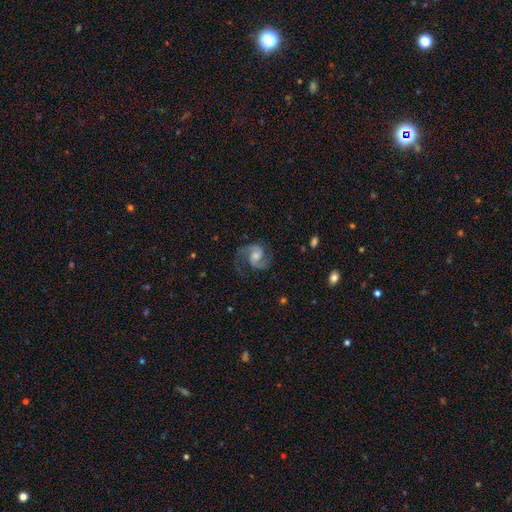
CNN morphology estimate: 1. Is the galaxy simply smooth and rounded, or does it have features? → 89% featured or disk, 6% smooth, 5% star or artifact.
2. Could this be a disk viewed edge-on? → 98% no, 2% yes.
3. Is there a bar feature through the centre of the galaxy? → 46% no, 44% weak, 10% strong.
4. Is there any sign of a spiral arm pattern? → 98% yes, 2% no.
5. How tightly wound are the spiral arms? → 61% medium, 23% loose, 16% tight.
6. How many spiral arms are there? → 93% 2, 2% can't tell, 2% 1, 1% 3, 1% 4, 1% more than 4.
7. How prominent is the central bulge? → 47% moderate, 35% small, 9% none, 7% large, 1% dominant.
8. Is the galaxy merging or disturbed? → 76% none, 15% minor disturbance, 8% major disturbance, 1% merger.